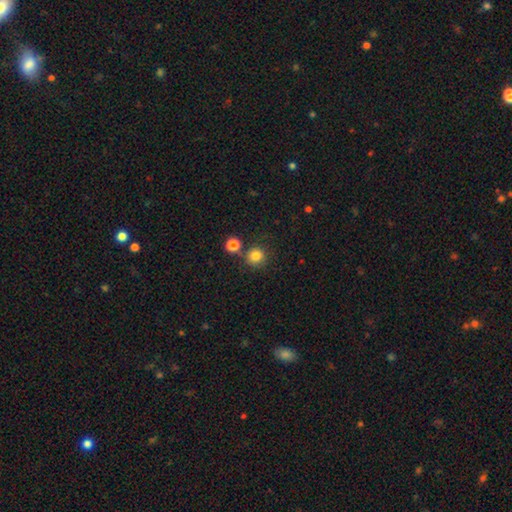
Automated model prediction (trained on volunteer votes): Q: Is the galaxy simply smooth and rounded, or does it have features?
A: smooth — 82%.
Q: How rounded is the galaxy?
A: round — 93%.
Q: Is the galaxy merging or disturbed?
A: none — 77%.